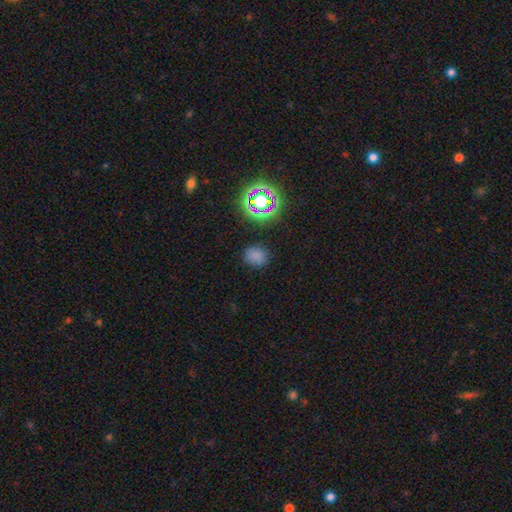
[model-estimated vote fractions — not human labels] Smooth or featured?
  - smooth: 71% *
  - star or artifact: 23%
  - featured or disk: 6%
How rounded?
  - round: 61% *
  - in between: 37%
  - cigar-shaped: 1%
Merging?
  - none: 83% *
  - minor disturbance: 12%
  - major disturbance: 4%
  - merger: 2%